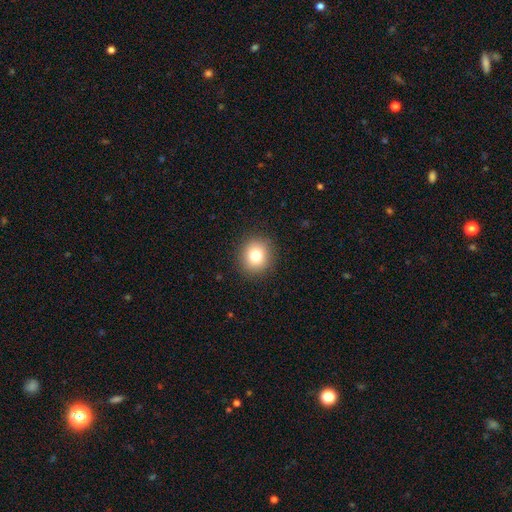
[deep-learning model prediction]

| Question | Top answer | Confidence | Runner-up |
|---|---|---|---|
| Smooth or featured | smooth | 79% | star or artifact (11%) |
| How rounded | round | 85% | in between (14%) |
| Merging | none | 90% | minor disturbance (6%) |